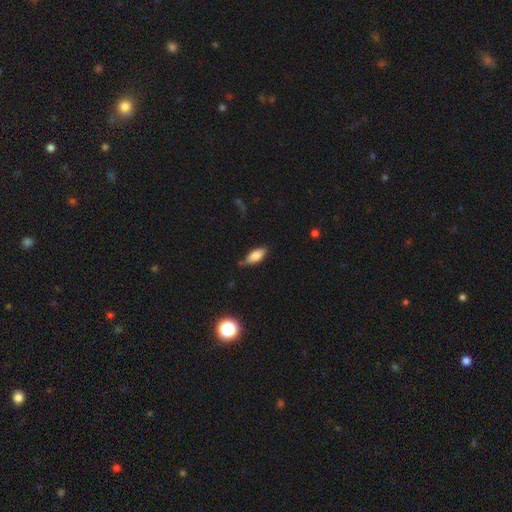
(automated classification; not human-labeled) Morphology: type=smooth (77%); roundness=in between (80%); merging=none (71%).